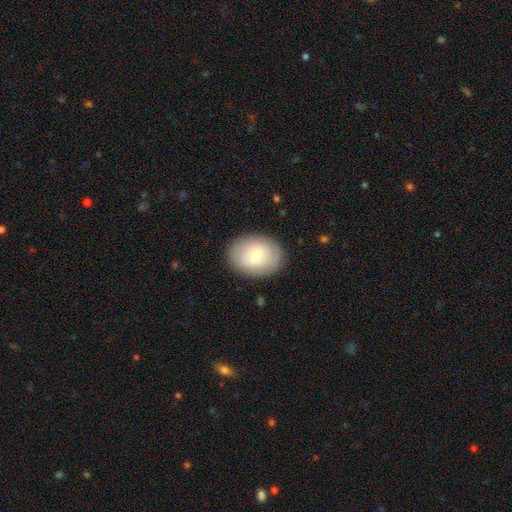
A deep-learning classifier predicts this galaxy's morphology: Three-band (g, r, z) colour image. It shows a smooth galaxy with no disk features (59%) that is in between round and cigar-shaped (63%). Merging: none (85%).